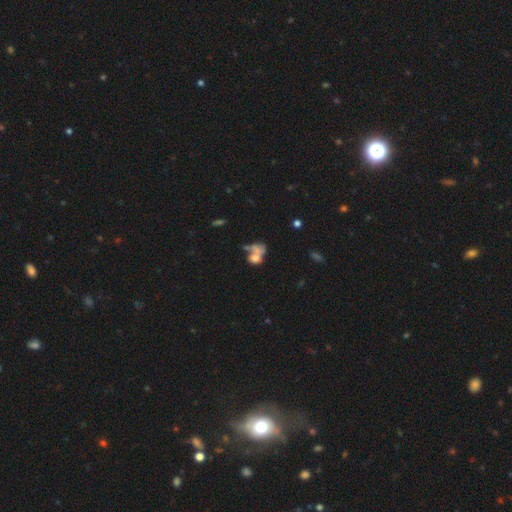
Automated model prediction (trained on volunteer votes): Q: Smooth or featured?
A: smooth (54%); runner-up: featured or disk (32%)
Q: How rounded?
A: in between (62%); runner-up: round (35%)
Q: Merging?
A: merger (51%); runner-up: none (20%)